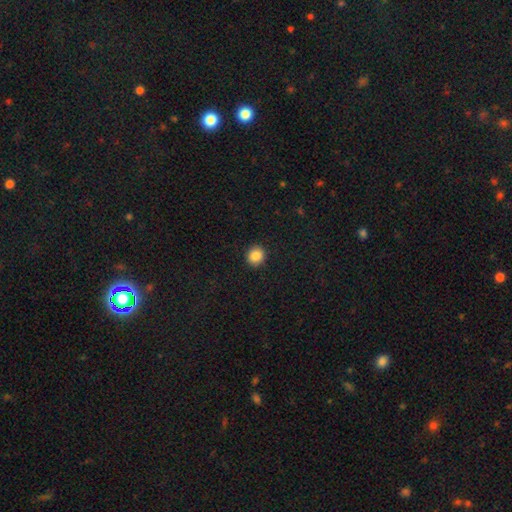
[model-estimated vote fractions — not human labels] This is clearly a smooth galaxy (86%). How rounded: clearly round (87%). Merging: clearly none (93%).